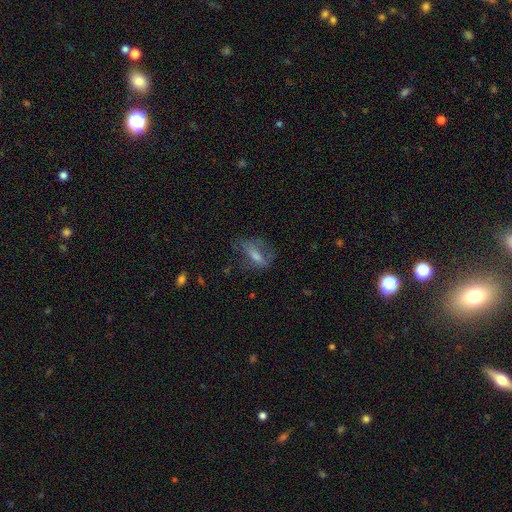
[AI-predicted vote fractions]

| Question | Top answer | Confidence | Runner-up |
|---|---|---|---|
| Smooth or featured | smooth | 44% | featured or disk (43%) |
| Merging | none | 54% | minor disturbance (23%) |